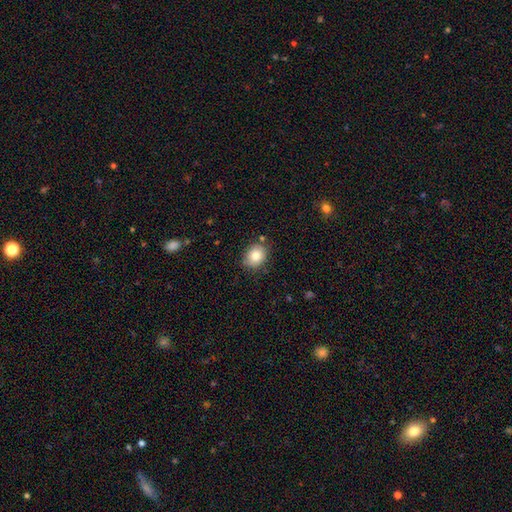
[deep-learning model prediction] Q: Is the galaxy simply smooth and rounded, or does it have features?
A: smooth — 83%.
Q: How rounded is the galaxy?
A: in between — 54%.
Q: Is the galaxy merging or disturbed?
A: none — 81%.